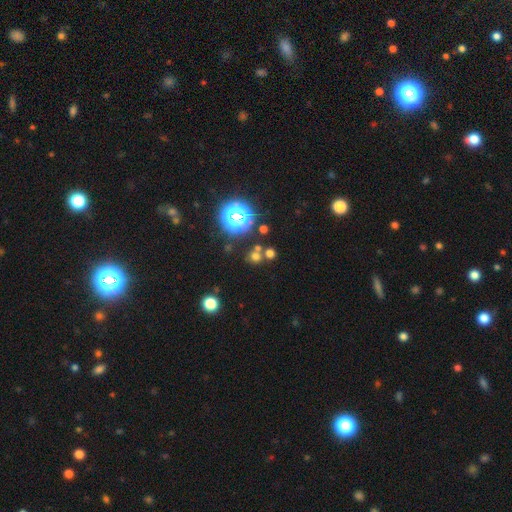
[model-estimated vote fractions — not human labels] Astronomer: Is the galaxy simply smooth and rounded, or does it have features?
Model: smooth — 54% (runner-up: star or artifact, 38%).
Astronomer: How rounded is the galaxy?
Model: round — 86%.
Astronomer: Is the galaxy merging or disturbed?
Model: none — 66%.